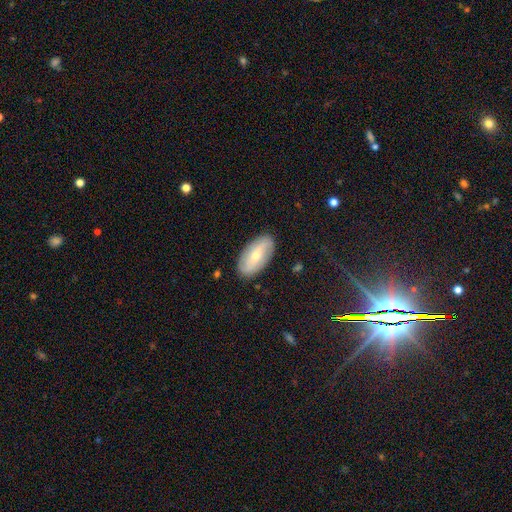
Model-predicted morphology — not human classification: smooth_or_featured: featured or disk (p=0.49) [alt: smooth p=0.45]
merging: none (p=0.86) [alt: minor disturbance p=0.10]